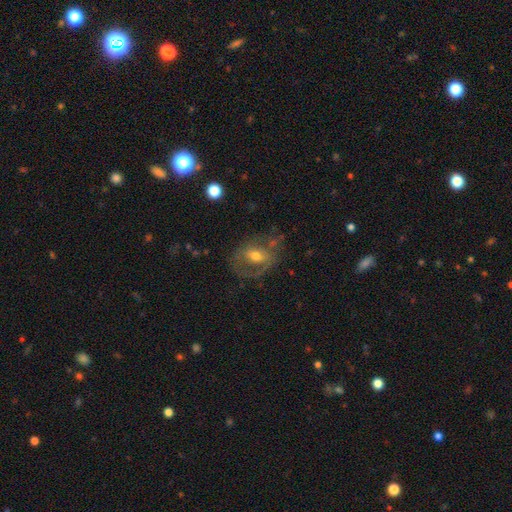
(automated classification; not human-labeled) Overall: featured or disk (58%; smooth 27%). Edge-on disk: no (93%). Bar: no (46%; weak 37%). Spiral arms: yes (52%; no 48%). Bulge size: moderate (62%; small 30%). Merging: none (62%).